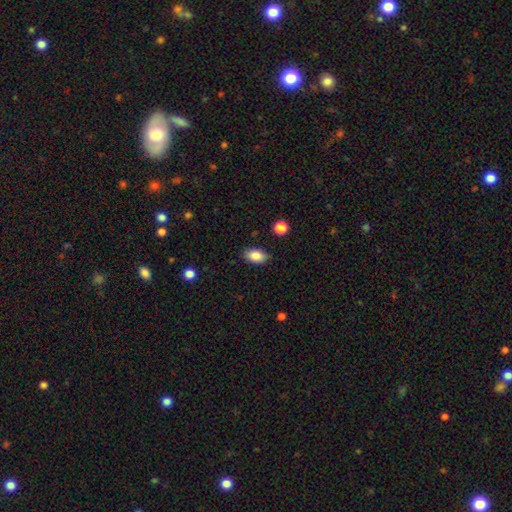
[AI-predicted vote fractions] Smooth or featured? smooth (86%)
How rounded? in between (90%)
Merging? none (86%)